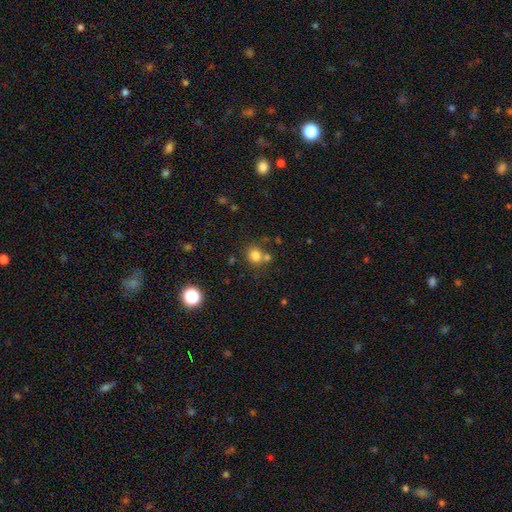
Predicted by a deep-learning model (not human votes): This appears to be a smooth galaxy with no disk features (78%) that is round (81%). Merging: none (63%).